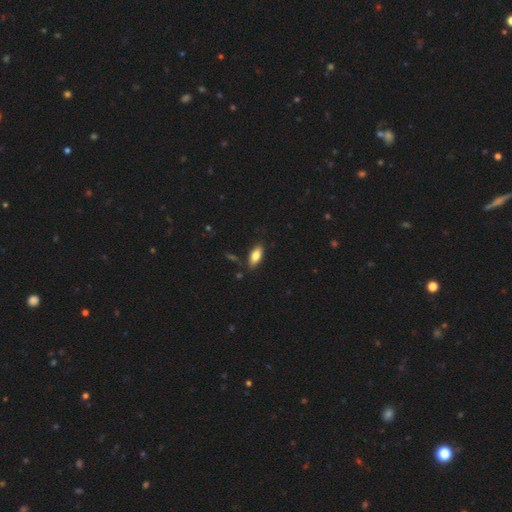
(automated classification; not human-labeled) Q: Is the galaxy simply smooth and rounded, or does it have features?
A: smooth — 81%.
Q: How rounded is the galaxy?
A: in between — 84%.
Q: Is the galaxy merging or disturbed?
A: none — 82%.